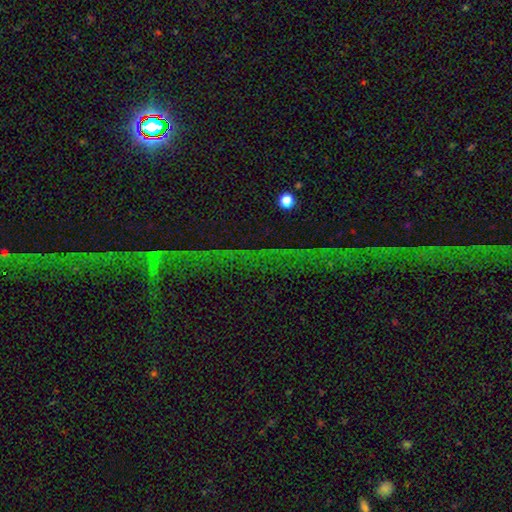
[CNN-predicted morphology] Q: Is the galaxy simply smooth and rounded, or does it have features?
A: star or artifact — 81%.